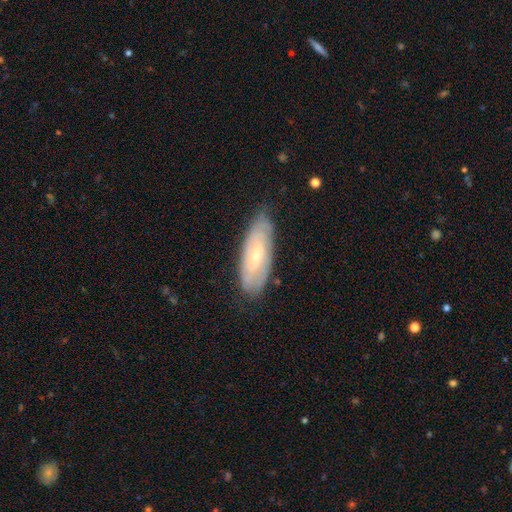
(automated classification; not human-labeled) This is likely a featured or disk galaxy (64%). It is clearly not viewed edge-on (84%). Bar: possibly no (49%). Spiral arm pattern: likely yes (79%). Central bulge: likely small (69%). Merging: likely none (77%).